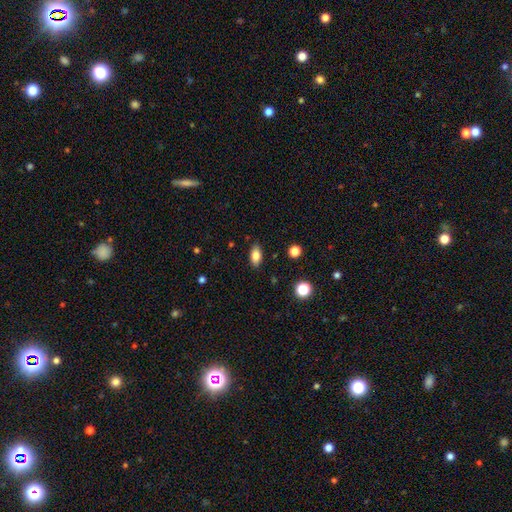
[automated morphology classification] Q: Smooth or featured?
A: smooth (81%); runner-up: featured or disk (10%)
Q: How rounded?
A: in between (88%); runner-up: round (6%)
Q: Merging?
A: none (86%); runner-up: minor disturbance (10%)